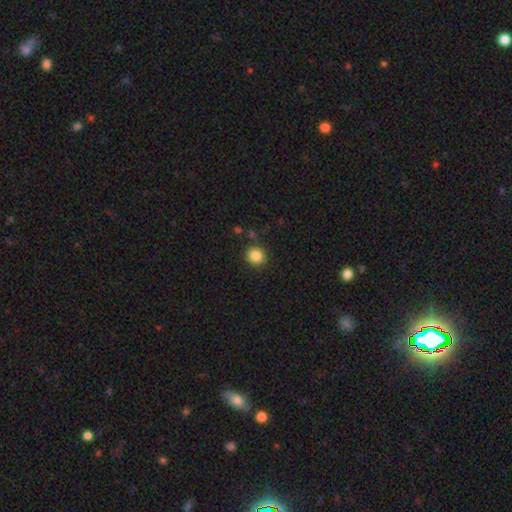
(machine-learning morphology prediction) A smooth galaxy with no disk features (85%) that is round (83%). Merging: none (85%).